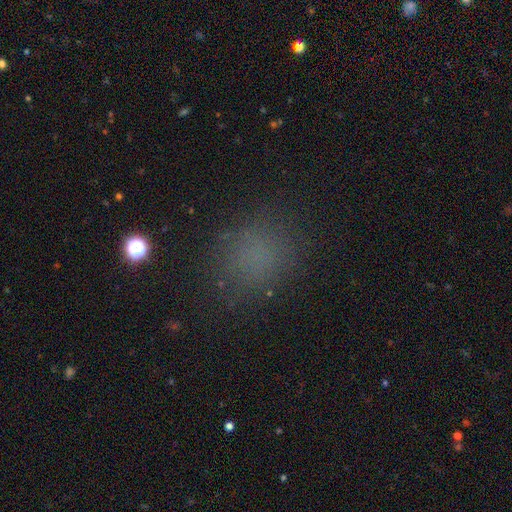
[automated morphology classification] Smooth or featured? smooth (72%)
How rounded? round (71%)
Merging? none (81%)